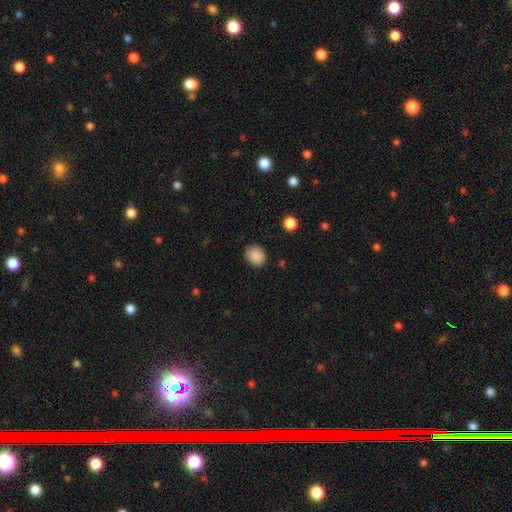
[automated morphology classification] smooth_or_featured: smooth (p=0.88) [alt: star or artifact p=0.09]
how_rounded: round (p=0.56) [alt: in between p=0.43]
merging: none (p=0.86) [alt: minor disturbance p=0.10]